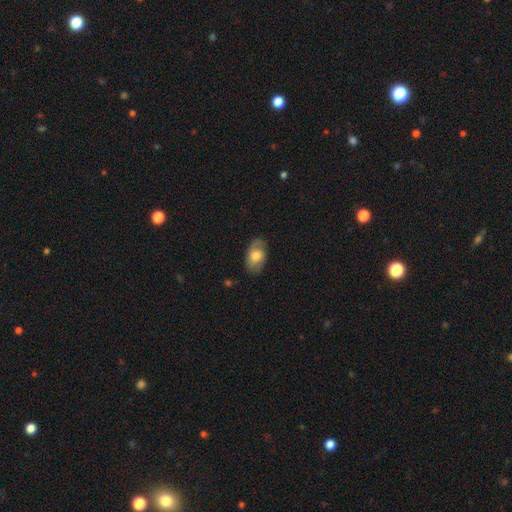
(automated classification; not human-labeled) Smooth or featured: smooth — 68% (featured or disk — 25%)
How rounded: in between — 91% (round — 8%)
Merging: none — 76% (minor disturbance — 18%)